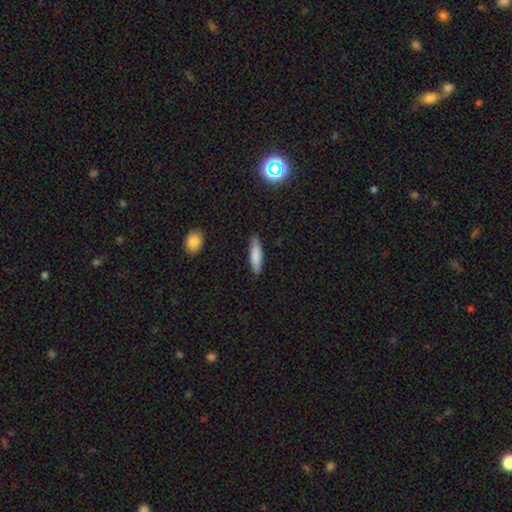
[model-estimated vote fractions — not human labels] A smooth galaxy with no disk features (83%) that is cigar-shaped (69%). Merging: none (84%).